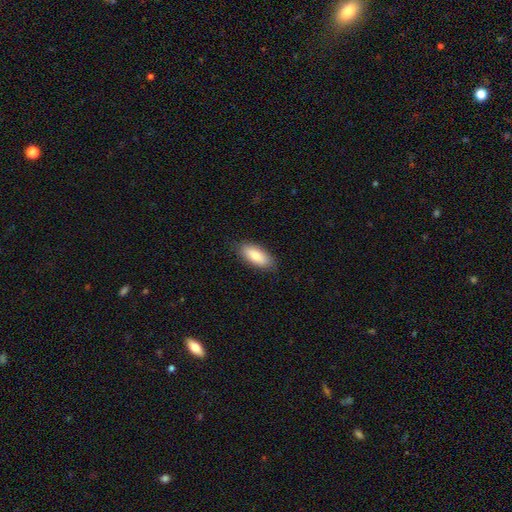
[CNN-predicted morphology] smooth 85%, featured or disk 10%, star or artifact 6%. Down the decision tree: how rounded — in between (85%); merging — none (85%).